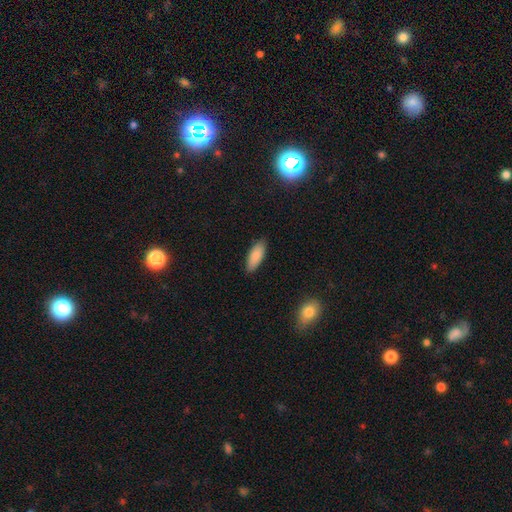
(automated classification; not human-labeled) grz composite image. It shows a smooth galaxy with no disk features (87%) that is in between round and cigar-shaped (76%). Merging: none (85%).